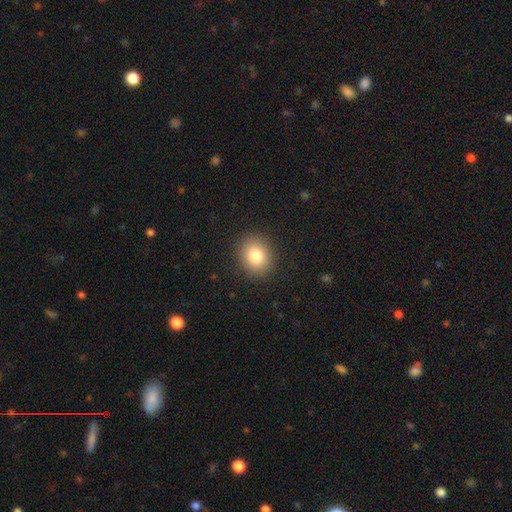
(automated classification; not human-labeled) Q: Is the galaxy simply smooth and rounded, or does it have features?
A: smooth — 83%.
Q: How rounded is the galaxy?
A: round — 63%.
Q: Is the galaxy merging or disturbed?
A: none — 89%.